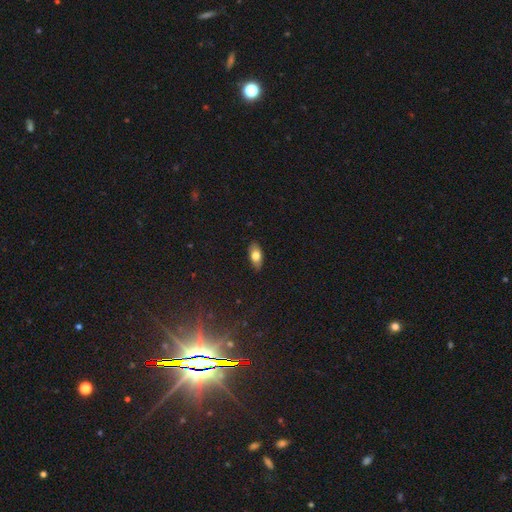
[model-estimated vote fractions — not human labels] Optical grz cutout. It shows a smooth galaxy with no disk features (72%) that is in between round and cigar-shaped (85%). Merging: none (87%).